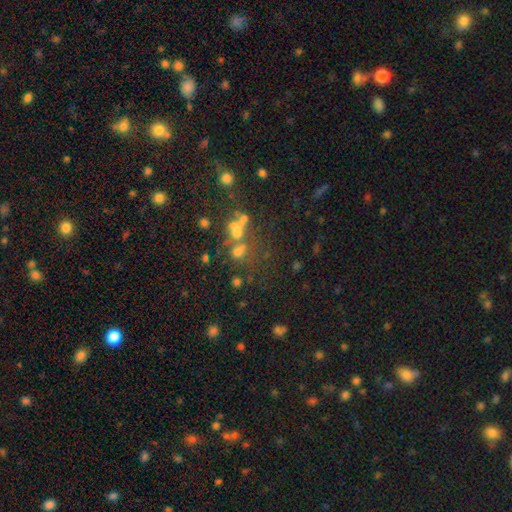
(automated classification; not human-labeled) smooth-or-featured: star or artifact: 49% | smooth: 36% | featured or disk: 14%